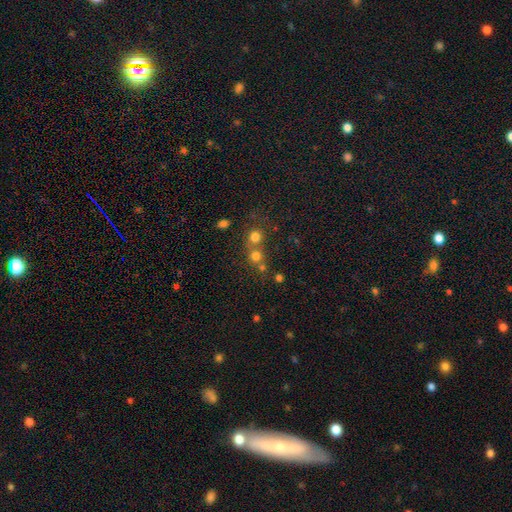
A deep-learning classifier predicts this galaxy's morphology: Smooth or featured? Predicted: smooth (p=0.71). How rounded? Predicted: round (p=0.89). Merging? Predicted: none (p=0.50).